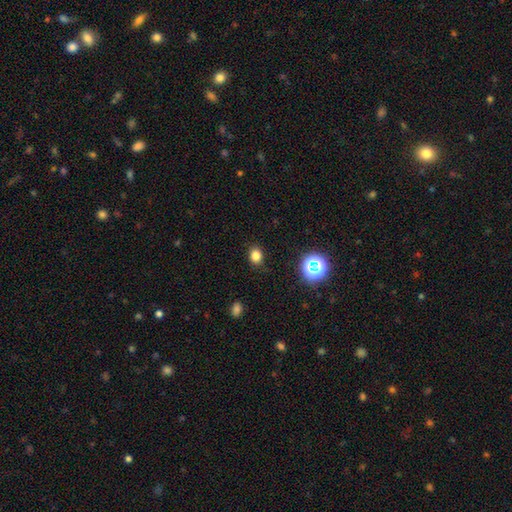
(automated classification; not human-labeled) The model was most divided on "how rounded": in between: 50%, round: 49%, cigar-shaped: 1%. More confident: merging — none (86%); smooth or featured — smooth (80%).